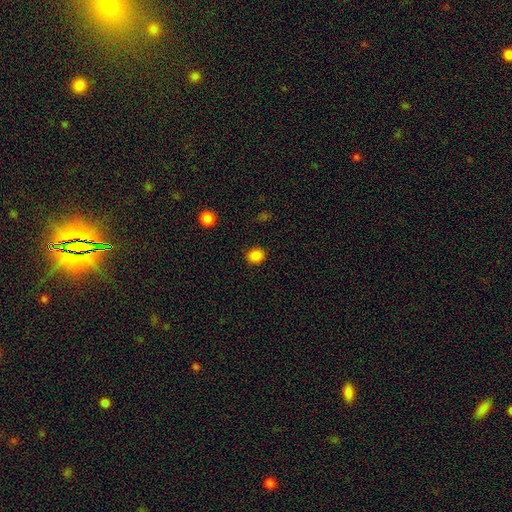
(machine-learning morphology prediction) Smooth or featured? smooth (85%)
How rounded? round (72%)
Merging? none (90%)